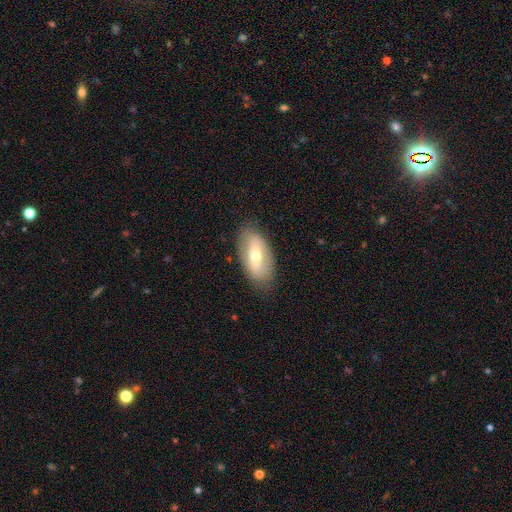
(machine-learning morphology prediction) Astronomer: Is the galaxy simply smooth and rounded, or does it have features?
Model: smooth — 47%, tied with featured or disk at 47%.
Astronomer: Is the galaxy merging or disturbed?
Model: none — 80%.